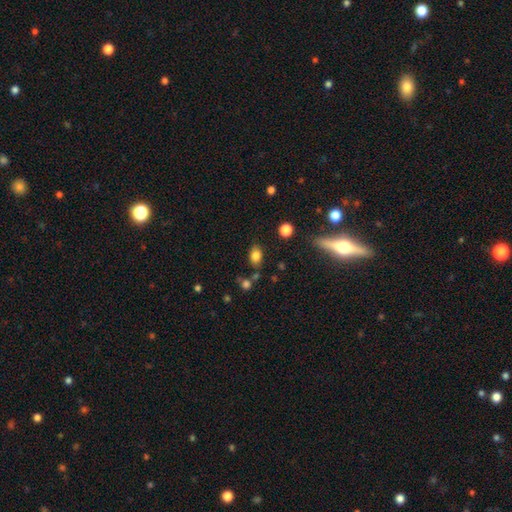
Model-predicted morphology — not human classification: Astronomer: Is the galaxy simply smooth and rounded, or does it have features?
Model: smooth — 82%.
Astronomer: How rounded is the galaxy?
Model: in between — 75%.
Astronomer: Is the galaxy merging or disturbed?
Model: none — 77%.